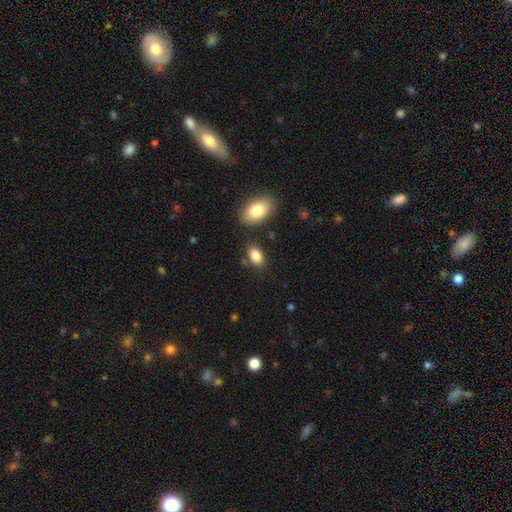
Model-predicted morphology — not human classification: smooth_or_featured: smooth (p=0.85) [alt: star or artifact p=0.08]
how_rounded: in between (p=0.89) [alt: round p=0.10]
merging: none (p=0.78) [alt: minor disturbance p=0.12]